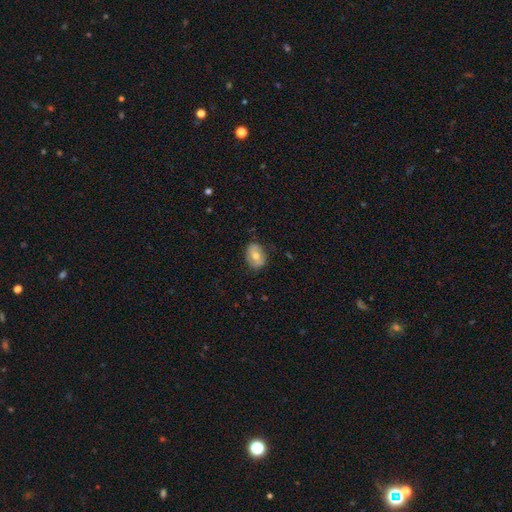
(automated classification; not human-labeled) Smooth or featured? Predicted: smooth (p=0.61). How rounded? Predicted: in between (p=0.66). Merging? Predicted: none (p=0.80).